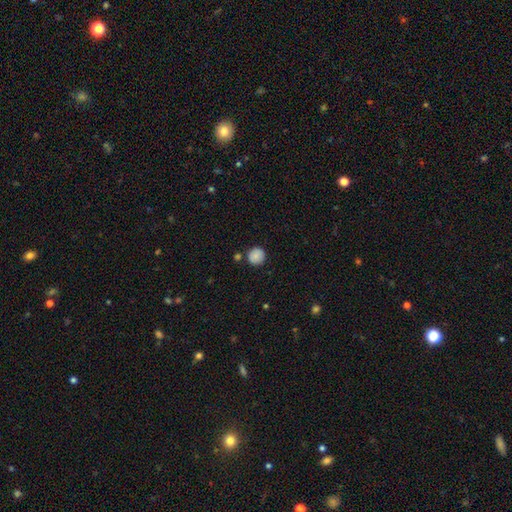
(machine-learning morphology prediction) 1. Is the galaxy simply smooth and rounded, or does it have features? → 85% smooth, 9% star or artifact, 7% featured or disk.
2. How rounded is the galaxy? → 93% round, 6% in between, 1% cigar-shaped.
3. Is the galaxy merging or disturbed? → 81% none, 10% minor disturbance, 6% merger, 2% major disturbance.